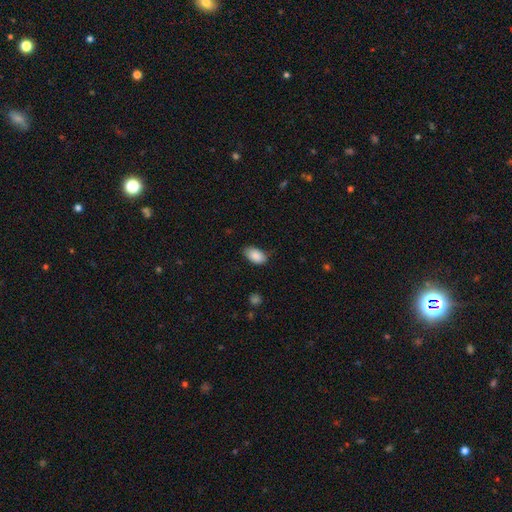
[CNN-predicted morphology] A smooth galaxy with no disk features (89%) that is in between round and cigar-shaped (94%). Merging: none (74%).